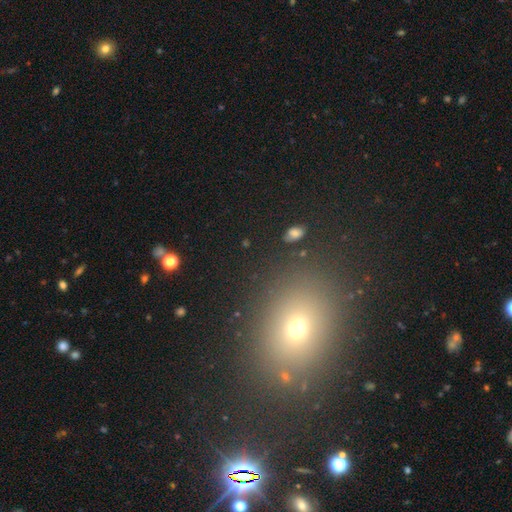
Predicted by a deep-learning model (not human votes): Smooth or featured? Predicted: smooth (p=0.52). How rounded? Predicted: round (p=0.52). Merging? Predicted: none (p=0.86).